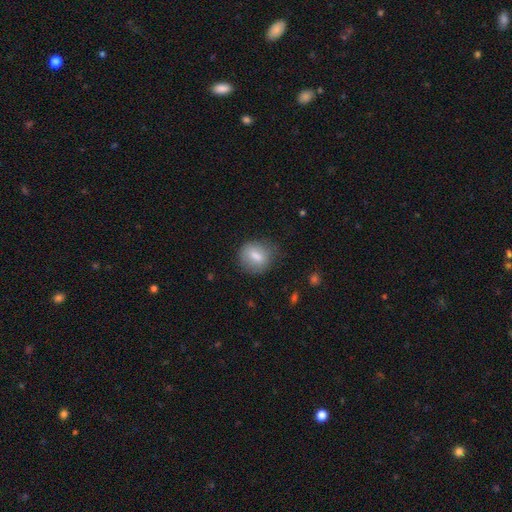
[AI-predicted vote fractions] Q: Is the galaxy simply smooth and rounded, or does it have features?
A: smooth — 76%.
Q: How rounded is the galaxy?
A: round — 67%.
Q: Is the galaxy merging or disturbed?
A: none — 68%.